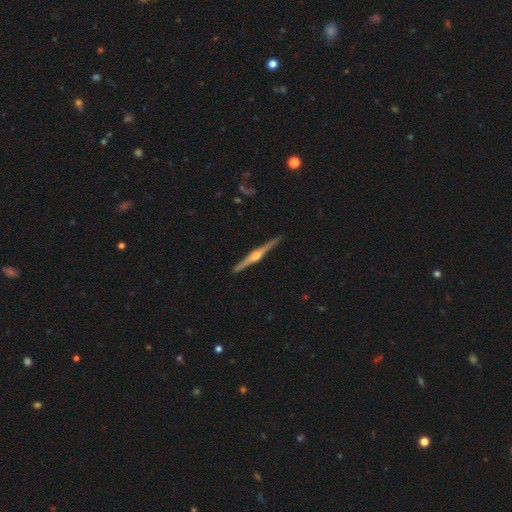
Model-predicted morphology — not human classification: This is clearly a featured or disk galaxy (86%). It is clearly viewed edge-on (99%). Edge-on bulge: clearly rounded (91%). Merging: clearly none (92%).